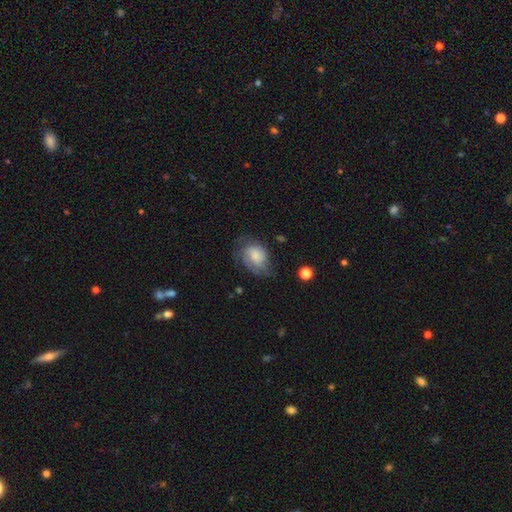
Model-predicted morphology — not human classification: Overall: featured or disk (50%; smooth 42%). Edge-on disk: no (97%). Merging: none (50%; minor disturbance 29%).